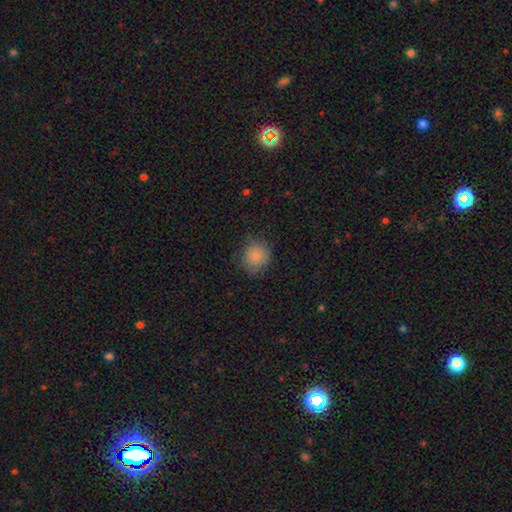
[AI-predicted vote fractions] smooth_or_featured: smooth (p=0.82) [alt: star or artifact p=0.09]
how_rounded: round (p=0.82) [alt: in between p=0.17]
merging: none (p=0.71) [alt: minor disturbance p=0.21]